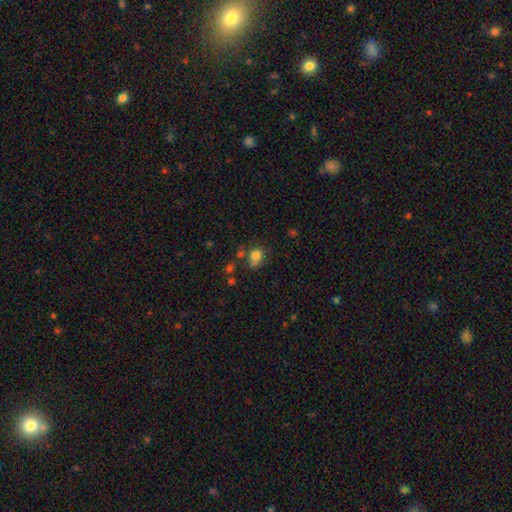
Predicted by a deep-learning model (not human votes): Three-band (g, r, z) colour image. It shows a smooth galaxy with no disk features (77%) that is round (67%). Merging: none (53%).